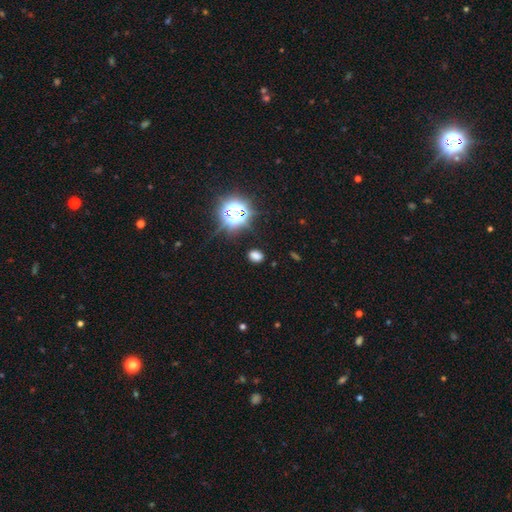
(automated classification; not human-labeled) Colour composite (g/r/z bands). It shows a smooth galaxy with no disk features (64%) that is in between round and cigar-shaped (71%). Merging: none (85%).